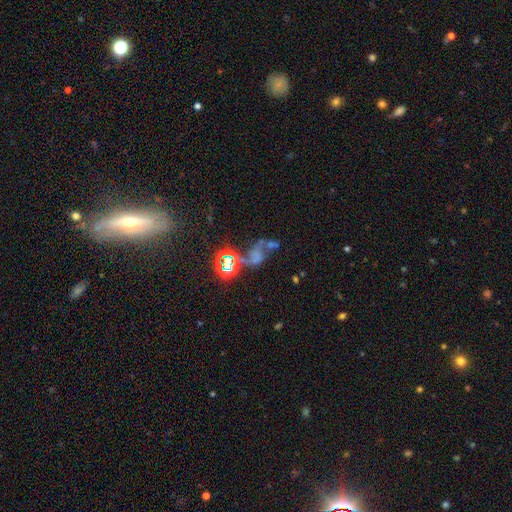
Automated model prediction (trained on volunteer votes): Overall: star or artifact (38%; featured or disk 31%).